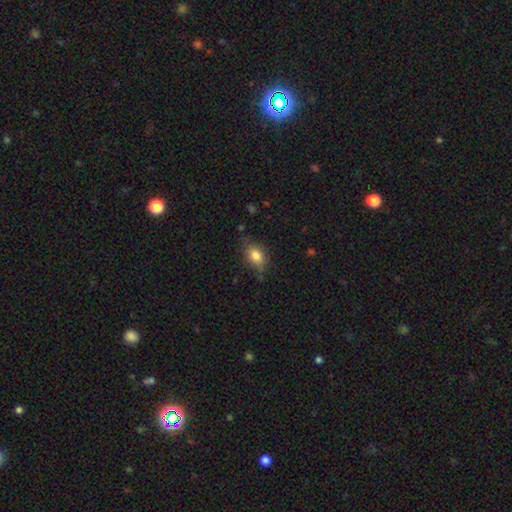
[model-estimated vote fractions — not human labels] Smooth or featured? smooth (81%)
How rounded? in between (80%)
Merging? none (69%)